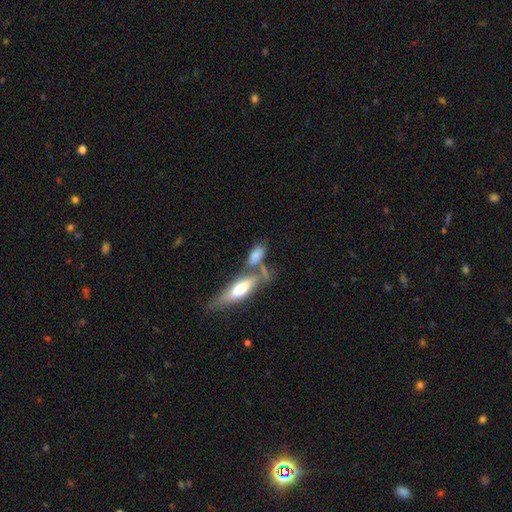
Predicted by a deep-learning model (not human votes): Smooth or featured?
  - smooth: 71% *
  - featured or disk: 21%
  - star or artifact: 7%
How rounded?
  - in between: 71% *
  - cigar-shaped: 25%
  - round: 4%
Merging?
  - merger: 45% *
  - none: 35%
  - minor disturbance: 13%
  - major disturbance: 7%